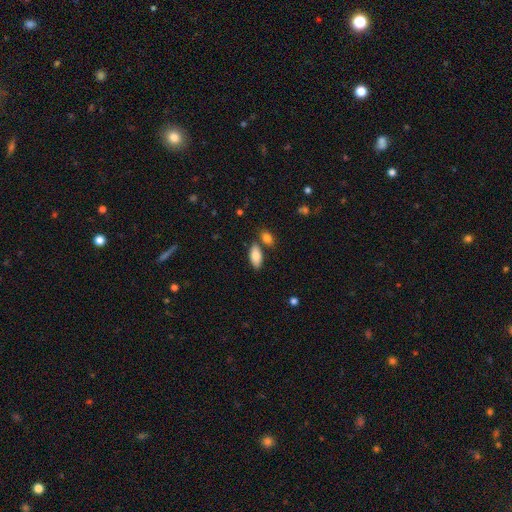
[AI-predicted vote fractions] Smooth or featured?
  - smooth: 83% *
  - featured or disk: 10%
  - star or artifact: 6%
How rounded?
  - in between: 89% *
  - cigar-shaped: 8%
  - round: 2%
Merging?
  - none: 72% *
  - merger: 14%
  - minor disturbance: 12%
  - major disturbance: 3%